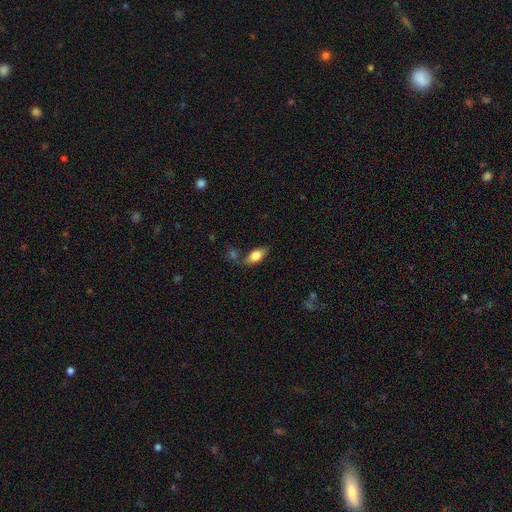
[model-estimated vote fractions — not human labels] Overall: smooth (75%). How rounded: in between (87%). Merging: none (64%).